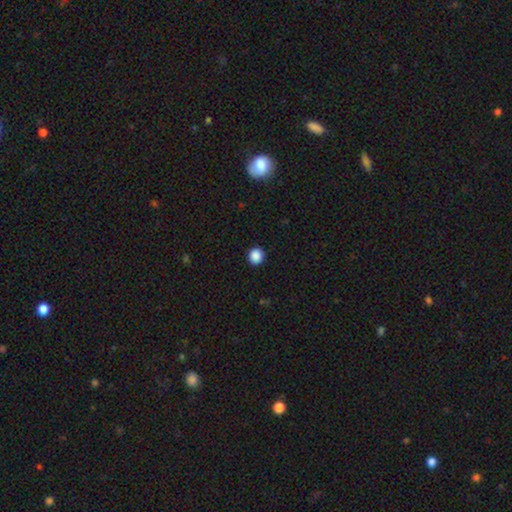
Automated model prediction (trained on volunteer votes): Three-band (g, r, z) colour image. It shows a smooth galaxy with no disk features (88%) that is round (85%). Merging: none (92%).